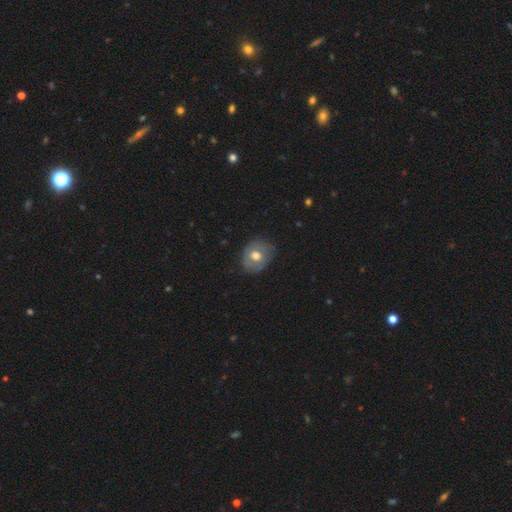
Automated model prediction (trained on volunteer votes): Overall: smooth (57%; featured or disk 35%). How rounded: round (59%; in between 40%). Merging: none (76%).